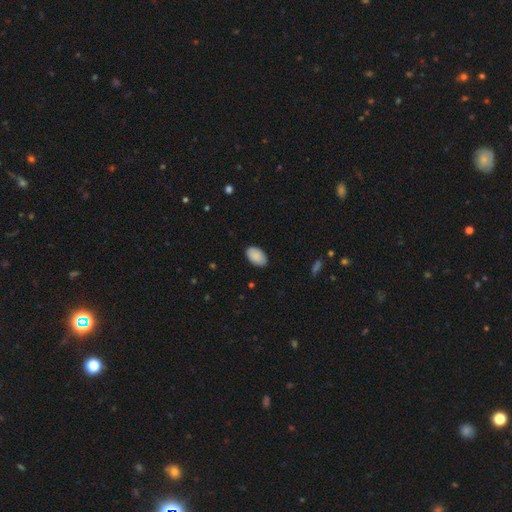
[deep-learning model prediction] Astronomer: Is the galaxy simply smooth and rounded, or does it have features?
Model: smooth — 90%.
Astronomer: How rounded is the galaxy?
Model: in between — 94%.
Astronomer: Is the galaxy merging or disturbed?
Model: none — 86%.